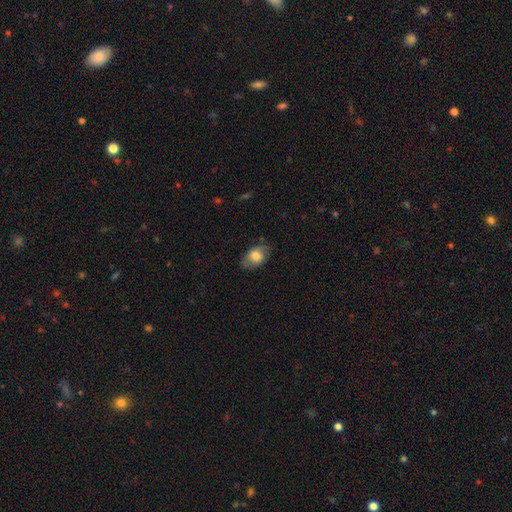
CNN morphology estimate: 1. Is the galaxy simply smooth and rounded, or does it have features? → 70% smooth, 22% featured or disk, 7% star or artifact.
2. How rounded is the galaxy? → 84% in between, 14% round, 2% cigar-shaped.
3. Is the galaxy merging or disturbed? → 72% none, 21% minor disturbance, 6% major disturbance, 1% merger.